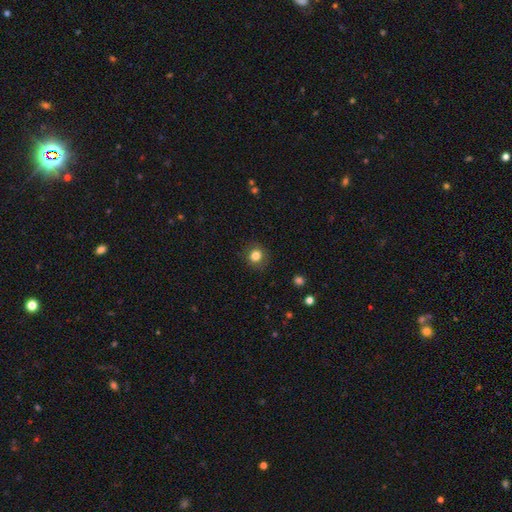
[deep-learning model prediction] Smooth or featured? smooth (82%)
How rounded? round (84%)
Merging? none (87%)